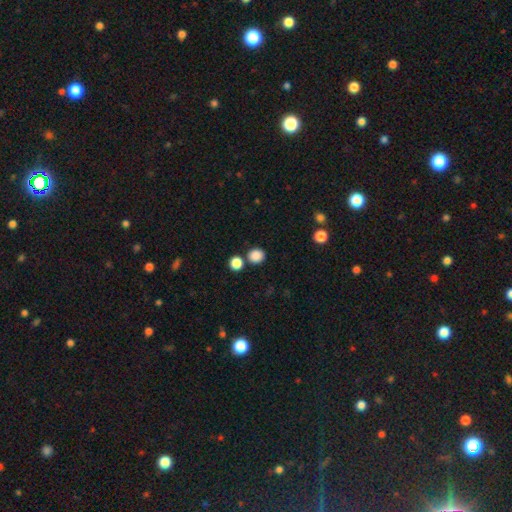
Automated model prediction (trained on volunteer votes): The model was most divided on "merging": none: 79%, merger: 11%, minor disturbance: 7%, major disturbance: 3%. More confident: smooth or featured — smooth (86%); how rounded — round (86%).